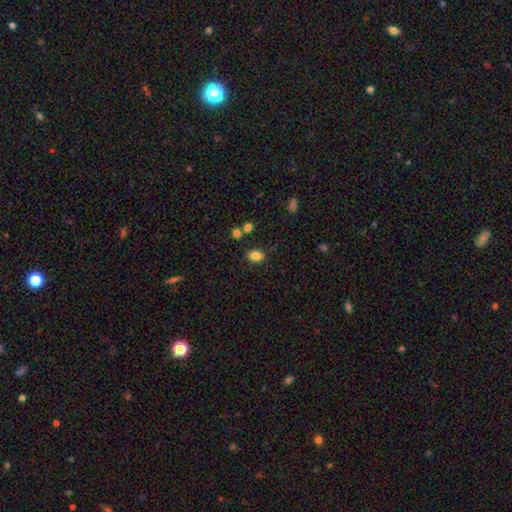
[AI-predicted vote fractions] Smooth or featured: smooth — 85% (star or artifact — 10%)
How rounded: in between — 82% (round — 17%)
Merging: none — 80% (minor disturbance — 11%)